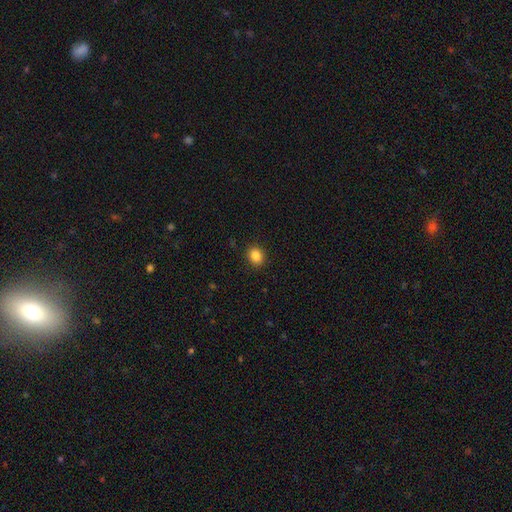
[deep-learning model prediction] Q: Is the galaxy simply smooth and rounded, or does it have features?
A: smooth — 86%.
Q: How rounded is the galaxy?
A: round — 60%.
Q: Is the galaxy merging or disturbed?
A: none — 90%.